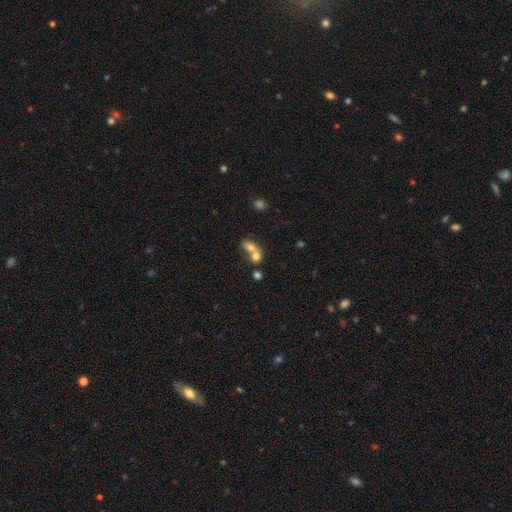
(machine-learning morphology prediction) This appears to be a smooth galaxy with no disk features (68%) that is in between round and cigar-shaped (50%). Merging: merger (71%).